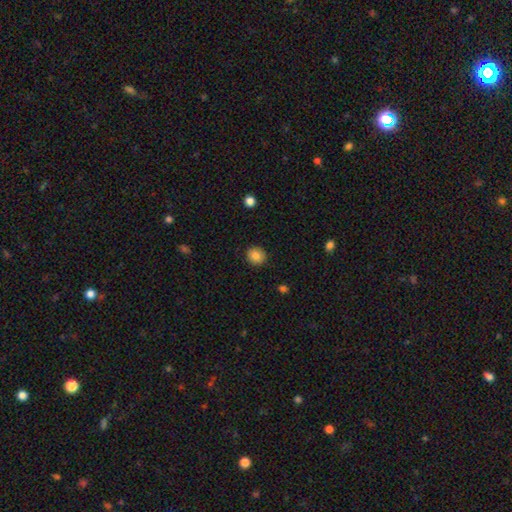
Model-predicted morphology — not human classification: This appears to be a smooth galaxy with no disk features (85%) that is round (82%). Merging: none (90%).